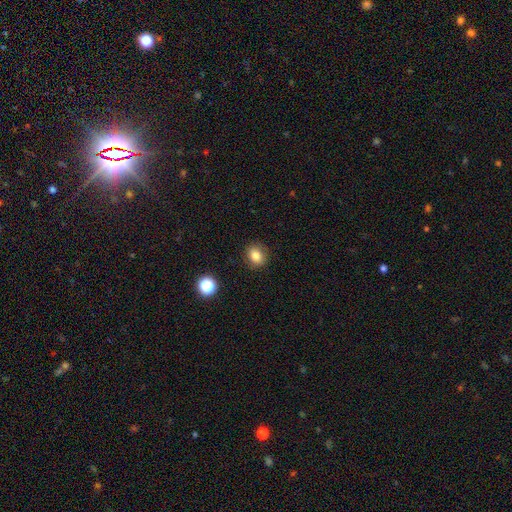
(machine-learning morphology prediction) A smooth galaxy with no disk features (81%) that is round (59%). Merging: none (88%).